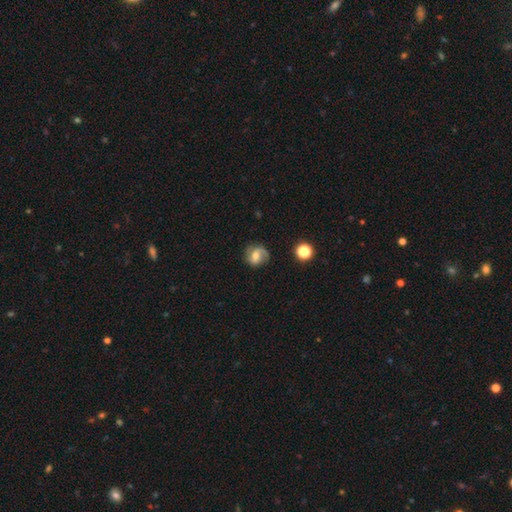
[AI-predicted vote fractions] This is likely a featured or disk galaxy (64%). It is clearly not viewed edge-on (98%). Bar: possibly weak (45%). Spiral arm pattern: clearly yes (91%). Spiral arm count: likely 2 (66%). Spiral winding: possibly medium (45%). Central bulge: likely moderate (60%). Merging: likely none (71%).